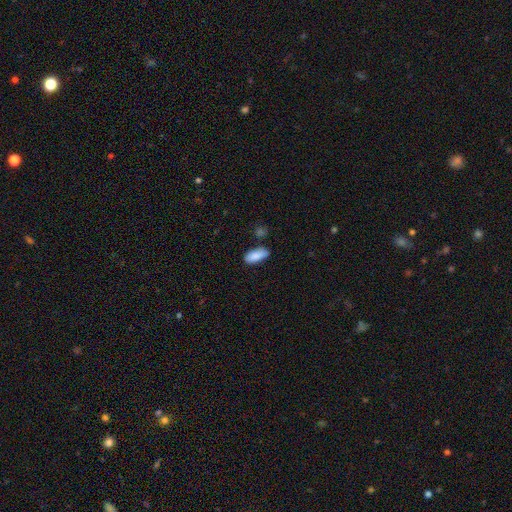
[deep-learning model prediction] smooth 88%, star or artifact 6%, featured or disk 6%. Down the decision tree: how rounded — in between (83%); merging — none (75%).